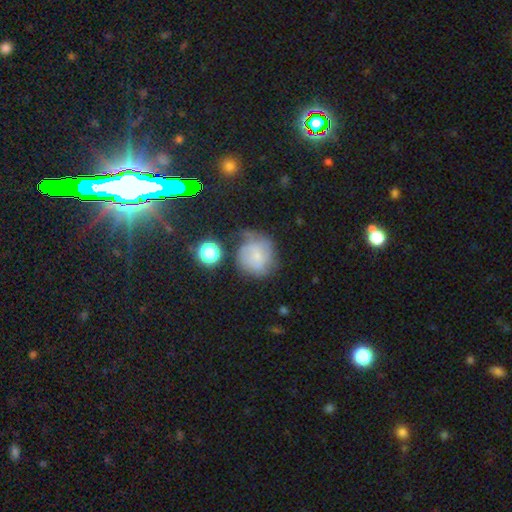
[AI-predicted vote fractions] This appears to be a smooth galaxy with no disk features (47%). Merging: none (43%).